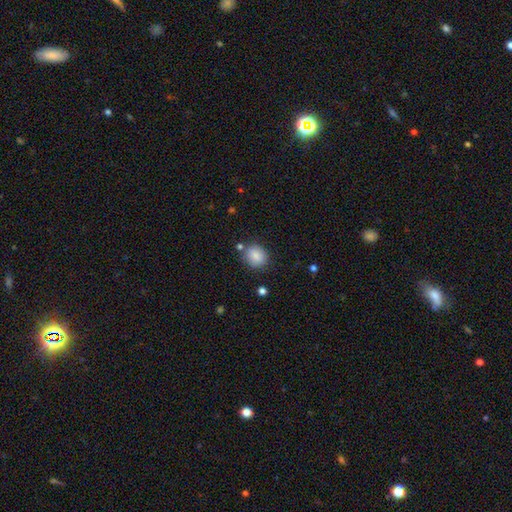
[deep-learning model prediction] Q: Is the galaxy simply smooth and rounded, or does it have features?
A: smooth — 86%.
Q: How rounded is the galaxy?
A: round — 73%.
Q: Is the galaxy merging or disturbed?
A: none — 78%.